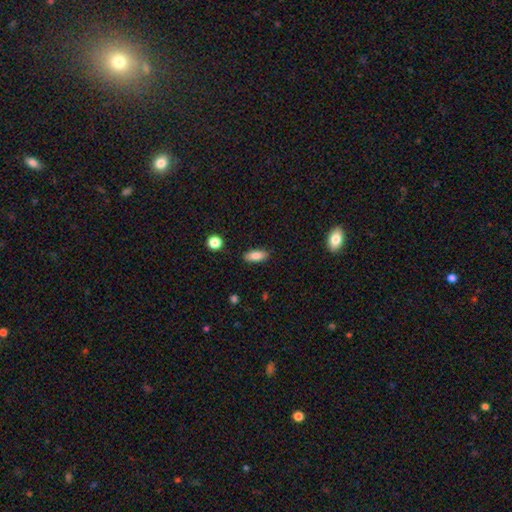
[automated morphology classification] A smooth galaxy with no disk features (84%) that is in between round and cigar-shaped (83%). Merging: none (87%).